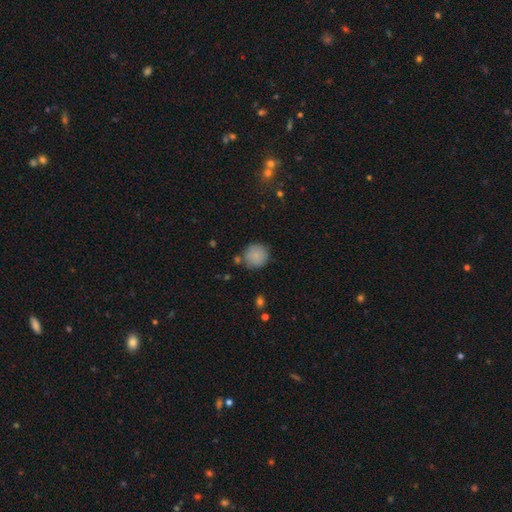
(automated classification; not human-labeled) Smooth or featured?
  - smooth: 85% *
  - star or artifact: 8%
  - featured or disk: 6%
How rounded?
  - round: 93% *
  - in between: 6%
  - cigar-shaped: 1%
Merging?
  - none: 79% *
  - minor disturbance: 12%
  - merger: 5%
  - major disturbance: 3%